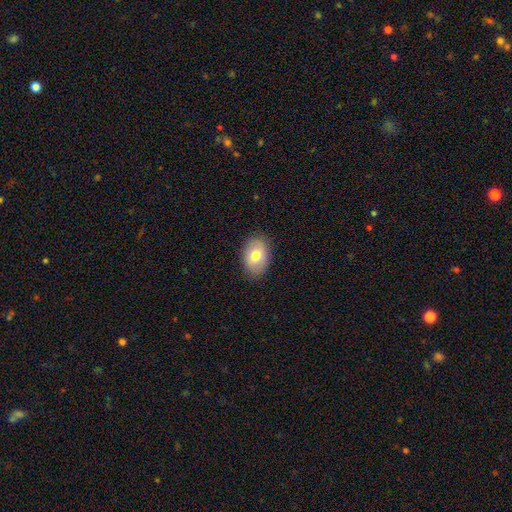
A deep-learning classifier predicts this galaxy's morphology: type=smooth (73%); roundness=in between (83%); merging=none (85%).